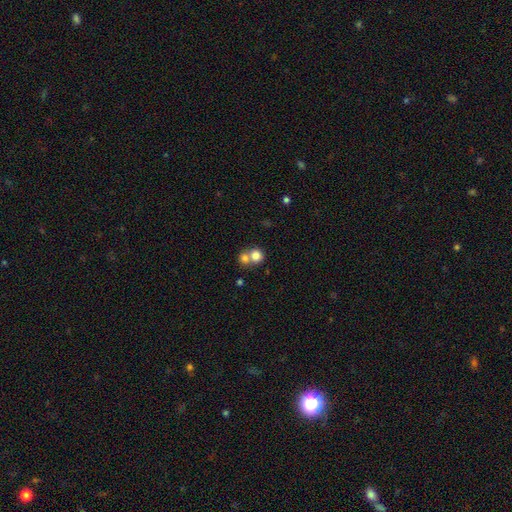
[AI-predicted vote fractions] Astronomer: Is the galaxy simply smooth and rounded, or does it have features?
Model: smooth — 78%.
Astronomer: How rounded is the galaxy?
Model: round — 81%.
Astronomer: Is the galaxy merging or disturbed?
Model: merger — 54% (runner-up: none, 37%).